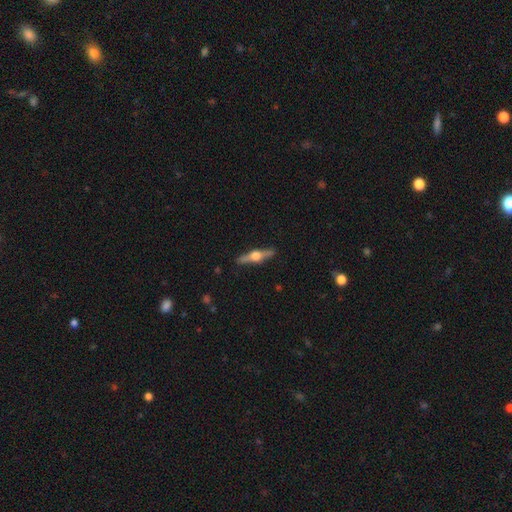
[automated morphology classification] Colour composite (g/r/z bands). It shows a featured or disk galaxy (73%) viewed edge-on (97%) with a rounded central bulge (95%). Merging: none (89%).